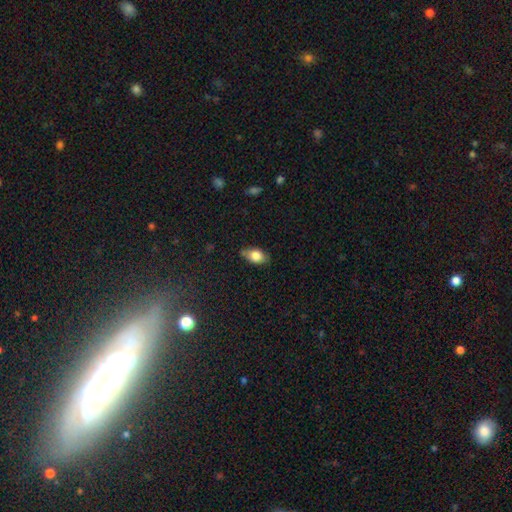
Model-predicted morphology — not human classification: smooth_or_featured: smooth (p=0.79) [alt: featured or disk p=0.13]
how_rounded: in between (p=0.87) [alt: round p=0.10]
merging: none (p=0.69) [alt: minor disturbance p=0.25]